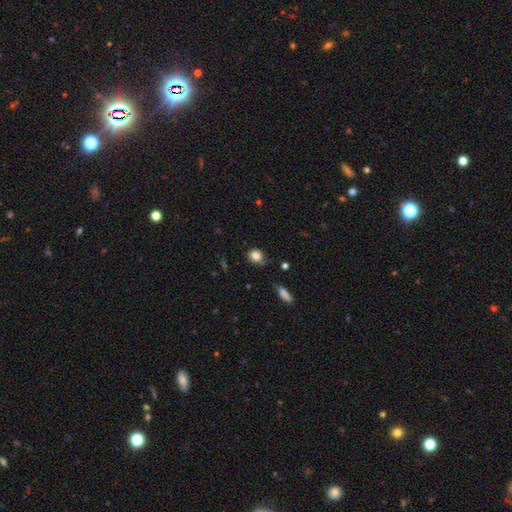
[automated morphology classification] Smooth or featured?
  - smooth: 84% *
  - star or artifact: 11%
  - featured or disk: 6%
How rounded?
  - round: 78% *
  - in between: 20%
  - cigar-shaped: 1%
Merging?
  - none: 72% *
  - minor disturbance: 21%
  - major disturbance: 5%
  - merger: 3%